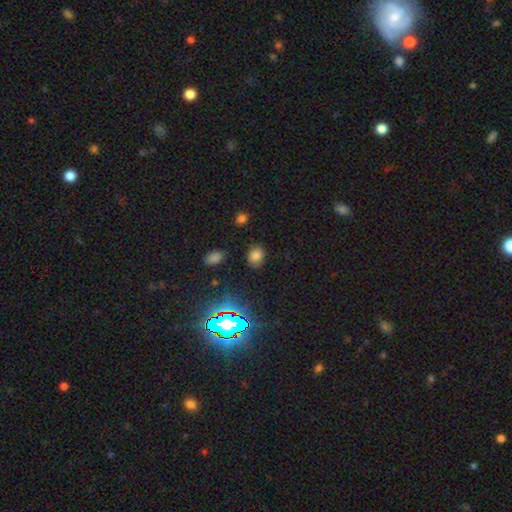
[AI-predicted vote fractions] Smooth or featured?
  - smooth: 73% *
  - star or artifact: 21%
  - featured or disk: 6%
How rounded?
  - round: 56% *
  - in between: 43%
  - cigar-shaped: 1%
Merging?
  - none: 81% *
  - minor disturbance: 13%
  - major disturbance: 4%
  - merger: 2%